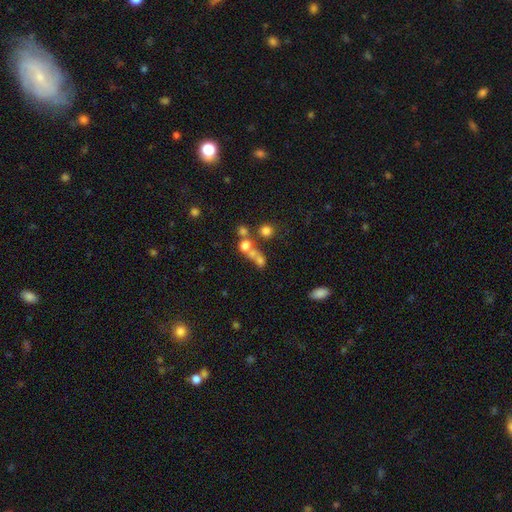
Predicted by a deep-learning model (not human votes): smooth 59%, featured or disk 21%, star or artifact 20%. Down the decision tree: how rounded — round (72%); merging — merger (49%).